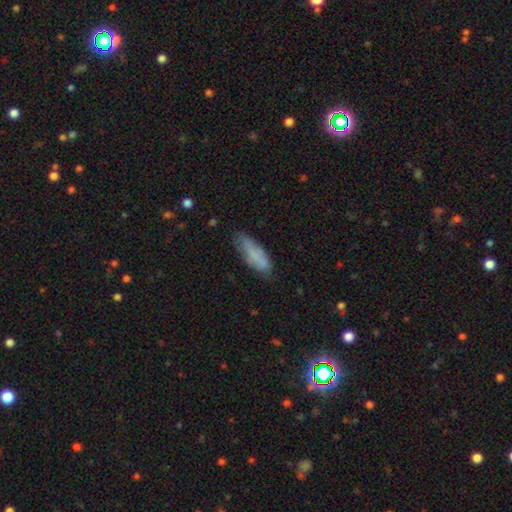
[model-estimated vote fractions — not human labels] Overall: smooth (79%). How rounded: in between (59%; cigar-shaped 39%). Merging: none (64%; minor disturbance 27%).